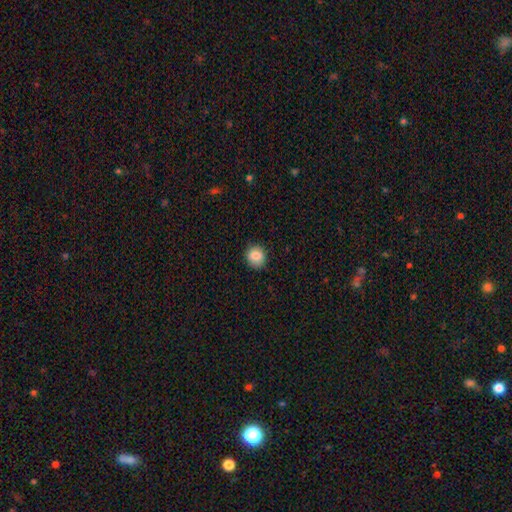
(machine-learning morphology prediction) smooth-or-featured: smooth: 87% | star or artifact: 9% | featured or disk: 5%
  how-rounded: round: 83% | in between: 16% | cigar-shaped: 1%
  merging: none: 87% | minor disturbance: 10% | major disturbance: 2% | merger: 1%